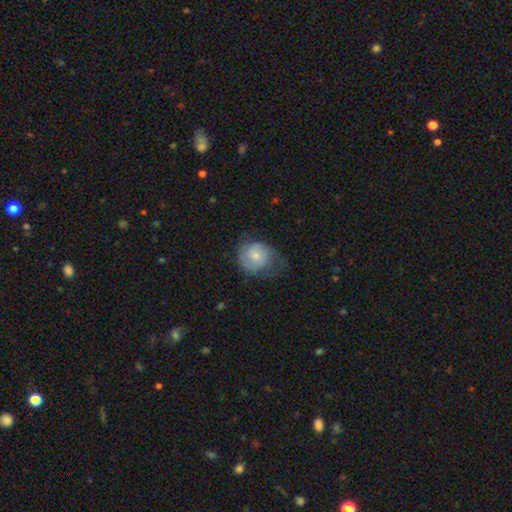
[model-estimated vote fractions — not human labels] Smooth or featured? Predicted: featured or disk (p=0.51). Edge-on disk? Predicted: no (p=0.98). Merging? Predicted: none (p=0.48).